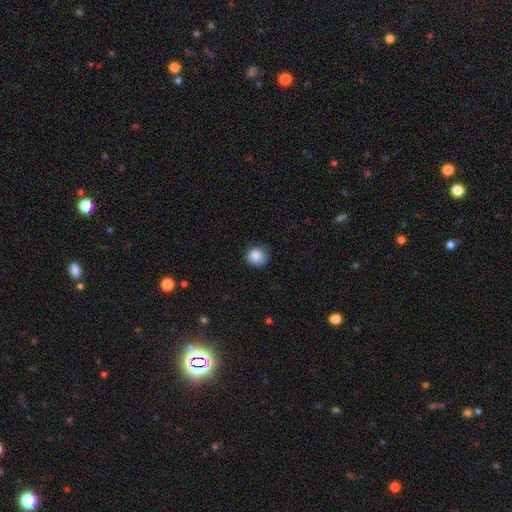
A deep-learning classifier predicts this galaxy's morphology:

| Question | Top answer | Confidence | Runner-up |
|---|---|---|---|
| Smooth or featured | smooth | 86% | star or artifact (9%) |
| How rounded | round | 86% | in between (13%) |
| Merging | none | 67% | minor disturbance (26%) |